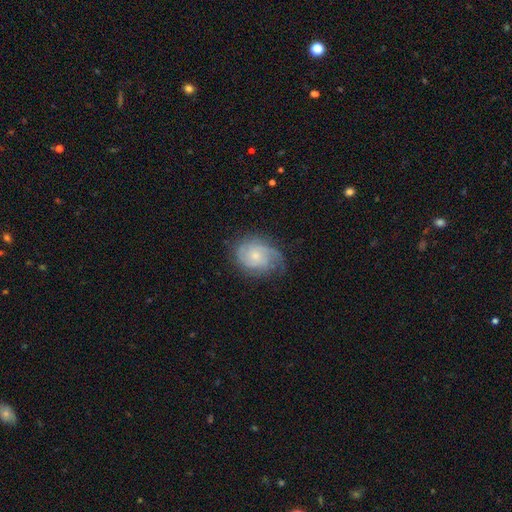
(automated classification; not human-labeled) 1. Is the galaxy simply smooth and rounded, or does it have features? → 70% featured or disk, 23% smooth, 7% star or artifact.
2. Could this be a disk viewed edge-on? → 98% no, 2% yes.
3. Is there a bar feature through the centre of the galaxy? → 75% no, 23% weak, 2% strong.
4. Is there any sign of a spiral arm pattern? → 93% yes, 7% no.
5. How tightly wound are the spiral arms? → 52% tight, 35% medium, 13% loose.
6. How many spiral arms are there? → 32% can't tell, 29% 2, 20% 3, 9% 1, 6% 4, 5% more than 4.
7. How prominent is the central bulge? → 61% small, 31% moderate, 5% none, 2% large, 1% dominant.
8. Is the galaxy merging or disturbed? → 63% none, 25% minor disturbance, 11% major disturbance, 1% merger.